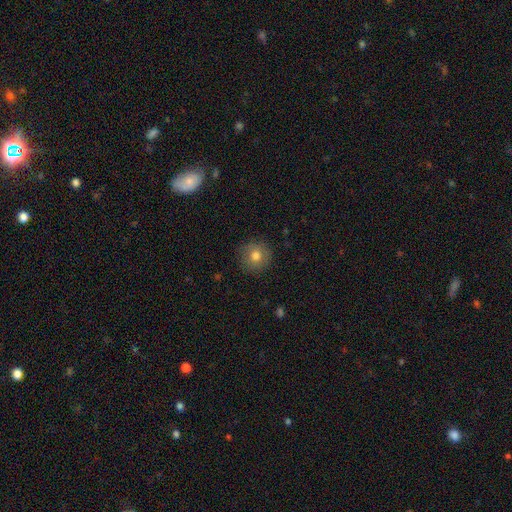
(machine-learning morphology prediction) A smooth galaxy with no disk features (77%) that is round (94%).

Vote fractions:
- Smooth or featured? smooth: 77% / featured or disk: 12% / star or artifact: 11%
- How rounded? round: 94% / in between: 5% / cigar-shaped: 1%
- Merging? none: 88% / minor disturbance: 8% / major disturbance: 2% / merger: 1%